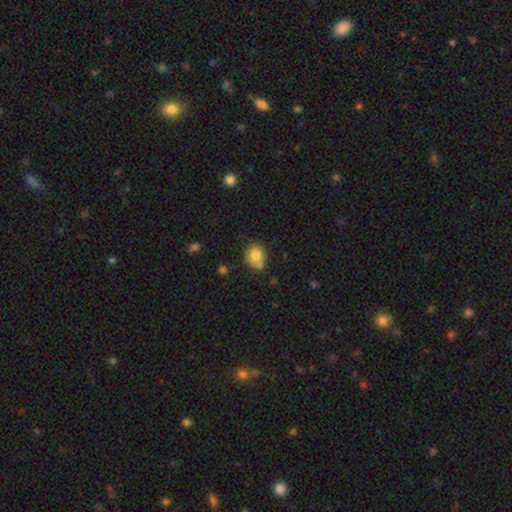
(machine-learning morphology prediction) This is likely a smooth galaxy (80%). How rounded: likely round (71%). Merging: possibly none (57%).